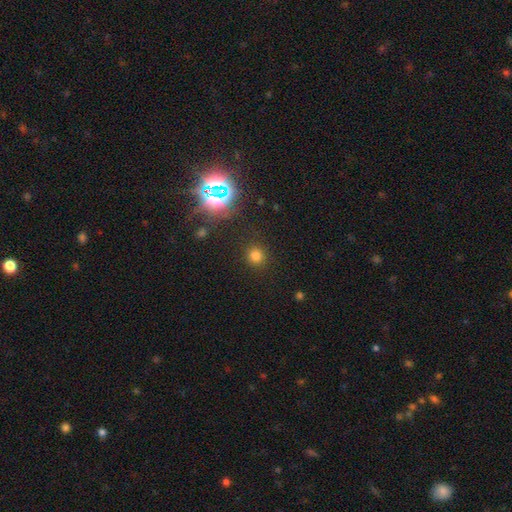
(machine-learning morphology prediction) The model was most divided on "smooth or featured": smooth: 75%, star or artifact: 20%, featured or disk: 5%. More confident: how rounded — round (91%); merging — none (89%).